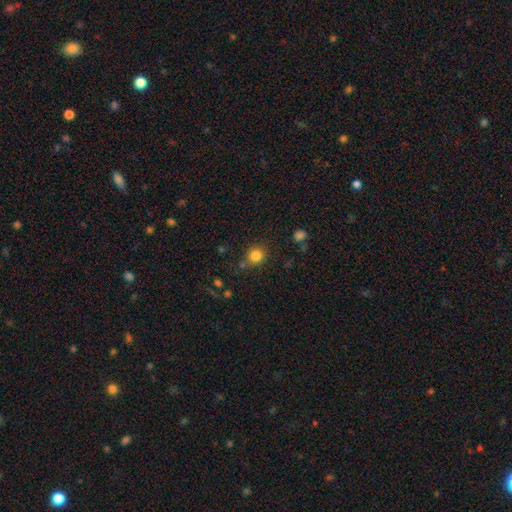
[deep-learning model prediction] smooth-or-featured: smooth: 83% | star or artifact: 12% | featured or disk: 5%
  how-rounded: round: 87% | in between: 12% | cigar-shaped: 1%
  merging: none: 80% | minor disturbance: 10% | merger: 6% | major disturbance: 4%